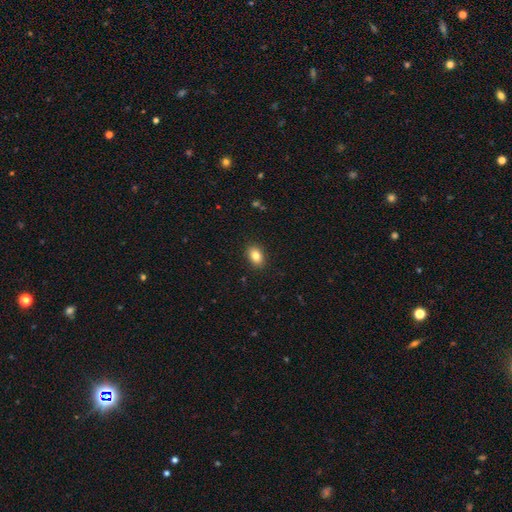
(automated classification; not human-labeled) Smooth or featured? smooth (84%)
How rounded? in between (79%)
Merging? none (89%)